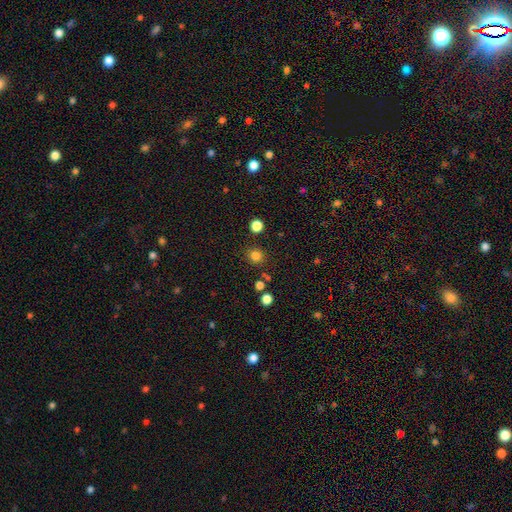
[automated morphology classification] type=smooth (81%); roundness=round (91%); merging=none (86%).